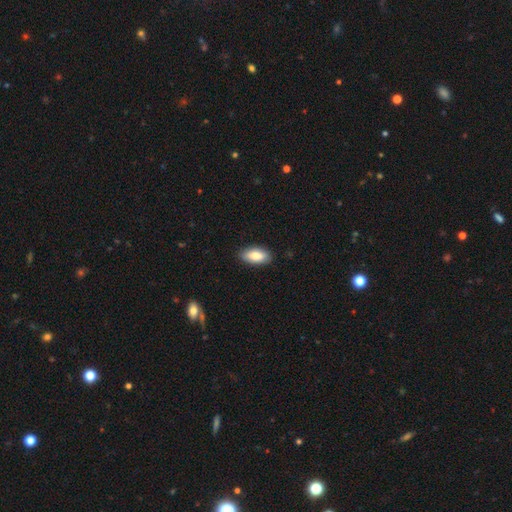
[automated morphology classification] This appears to be a smooth galaxy with no disk features (80%) that is in between round and cigar-shaped (90%). Merging: none (87%).